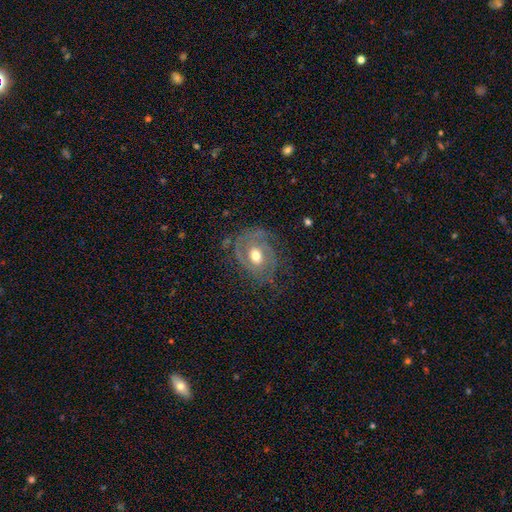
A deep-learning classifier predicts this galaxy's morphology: Smooth or featured: featured or disk — 70% (smooth — 22%)
Edge-on disk: no — 95% (yes — 5%)
Bar: no — 65% (weak — 27%)
Spiral arms: yes — 73% (no — 27%)
Bulge size: moderate — 77% (small — 11%)
Merging: none — 64% (minor disturbance — 21%)